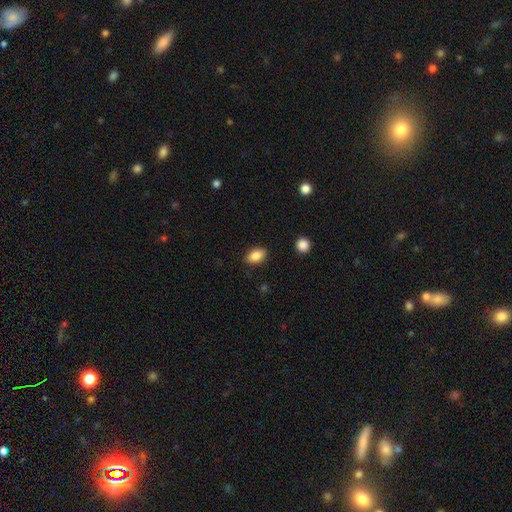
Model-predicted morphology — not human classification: This is clearly a smooth galaxy (86%). How rounded: clearly in between (88%). Merging: clearly none (87%).